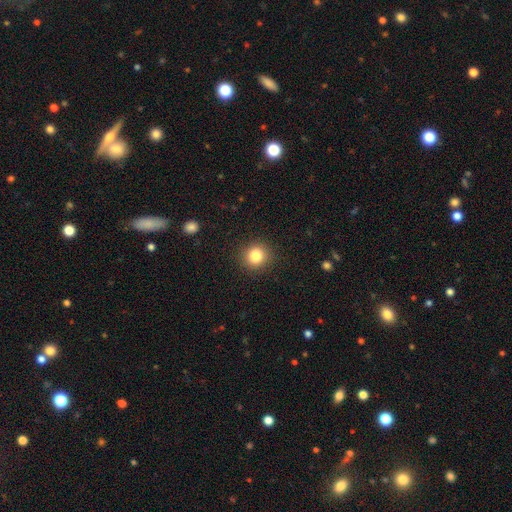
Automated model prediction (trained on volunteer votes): This appears to be a smooth galaxy with no disk features (83%) that is round (89%). Merging: none (91%).